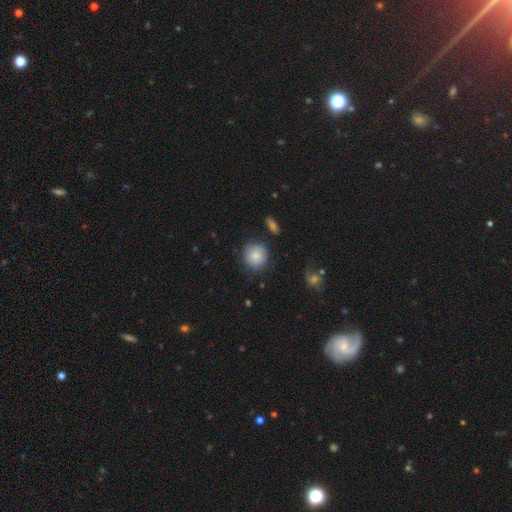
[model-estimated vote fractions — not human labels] A smooth galaxy with no disk features (80%) that is round (90%).

Vote fractions:
- Smooth or featured? smooth: 80% / featured or disk: 12% / star or artifact: 8%
- How rounded? round: 90% / in between: 9% / cigar-shaped: 1%
- Merging? none: 76% / minor disturbance: 16% / major disturbance: 4% / merger: 3%